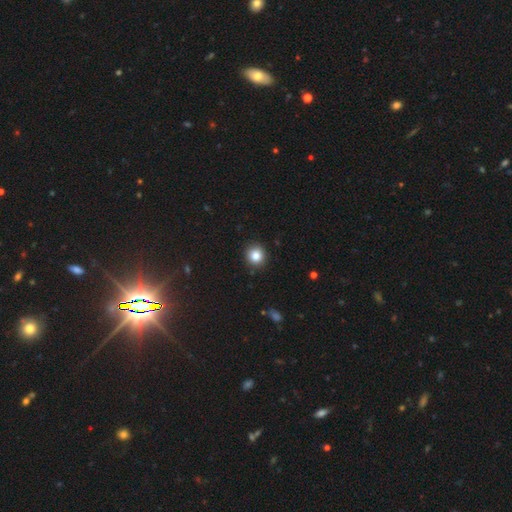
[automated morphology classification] Smooth or featured: smooth — 84% (star or artifact — 11%)
How rounded: round — 89% (in between — 10%)
Merging: none — 90% (minor disturbance — 7%)